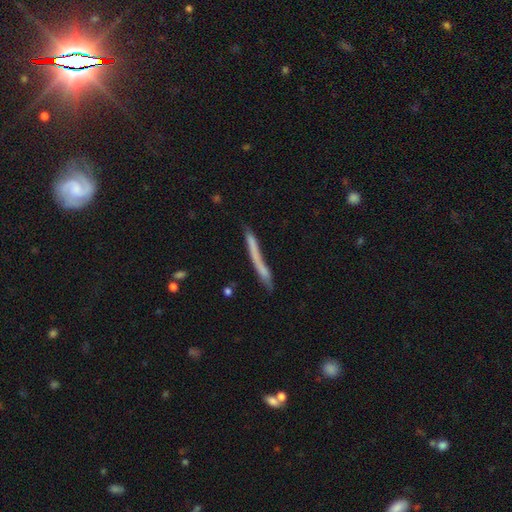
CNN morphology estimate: smooth 58%, featured or disk 35%, star or artifact 7%. Down the decision tree: how rounded — cigar-shaped (96%); merging — none (62%).